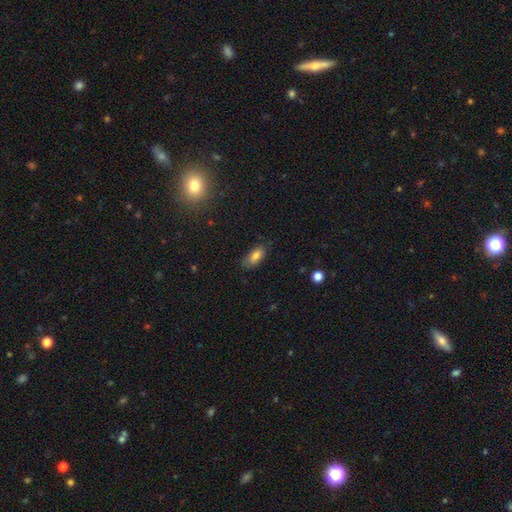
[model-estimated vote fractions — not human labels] Morphology: type=smooth (78%); roundness=in between (86%); merging=none (74%).